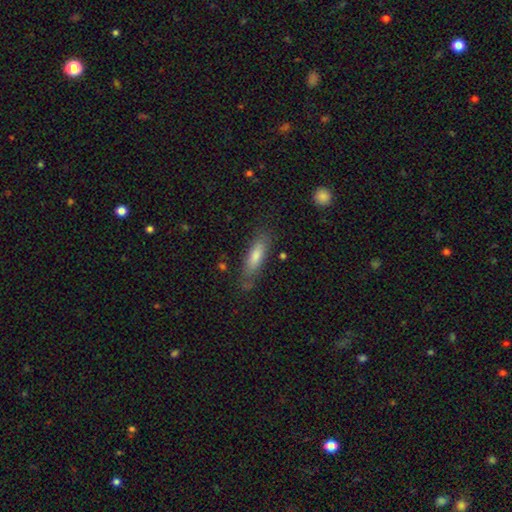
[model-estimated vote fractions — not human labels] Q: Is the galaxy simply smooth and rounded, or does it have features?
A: smooth — 71%.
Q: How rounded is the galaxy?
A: cigar-shaped — 64%.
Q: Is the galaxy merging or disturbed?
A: none — 76%.